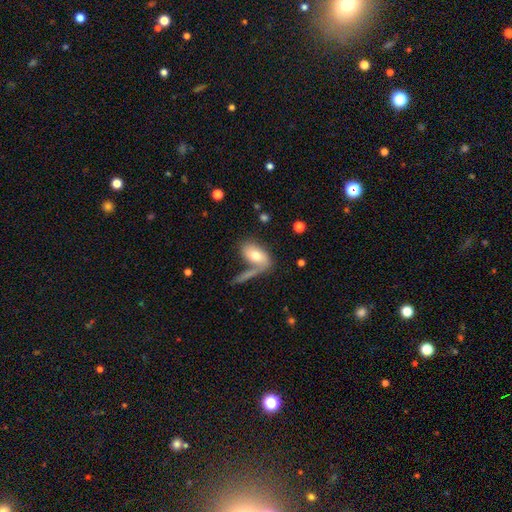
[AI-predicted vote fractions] Q: Smooth or featured?
A: smooth (64%); runner-up: featured or disk (29%)
Q: How rounded?
A: in between (87%); runner-up: round (7%)
Q: Merging?
A: none (39%); runner-up: merger (32%)